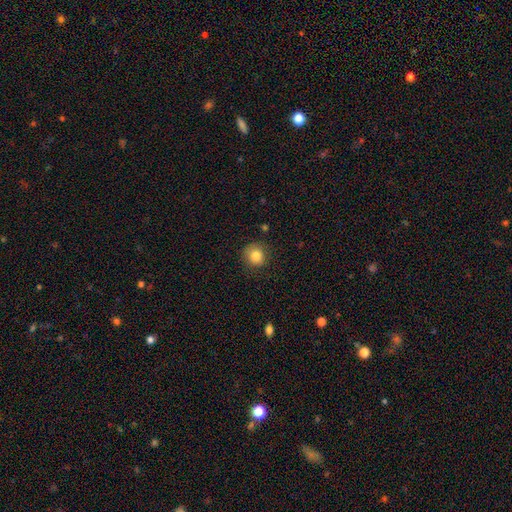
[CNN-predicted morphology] Smooth or featured? smooth (84%)
How rounded? round (88%)
Merging? none (82%)